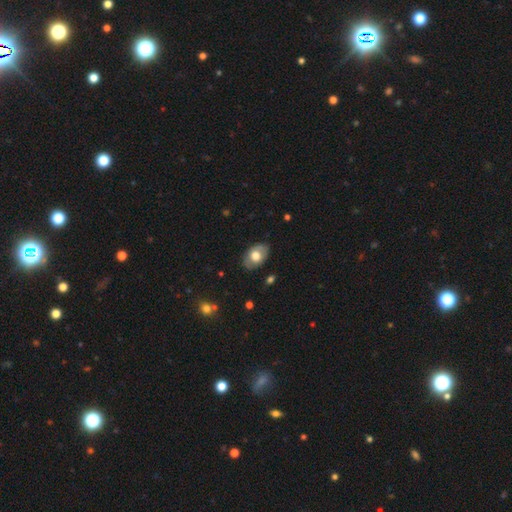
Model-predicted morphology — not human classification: Overall: smooth (66%; featured or disk 28%). How rounded: in between (86%). Merging: none (82%).